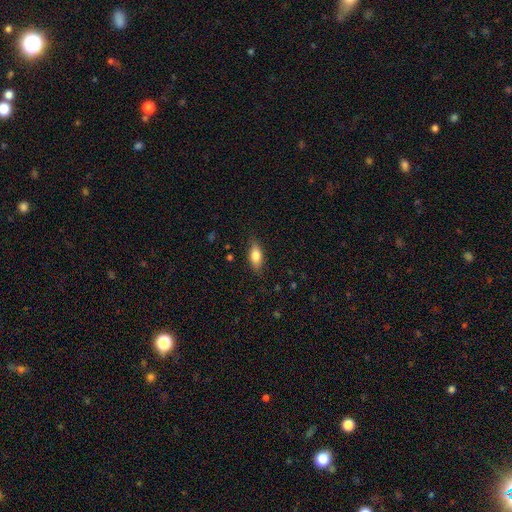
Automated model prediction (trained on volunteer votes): The model was most divided on "smooth or featured": smooth: 76%, featured or disk: 17%, star or artifact: 7%. More confident: how rounded — in between (82%); merging — none (81%).